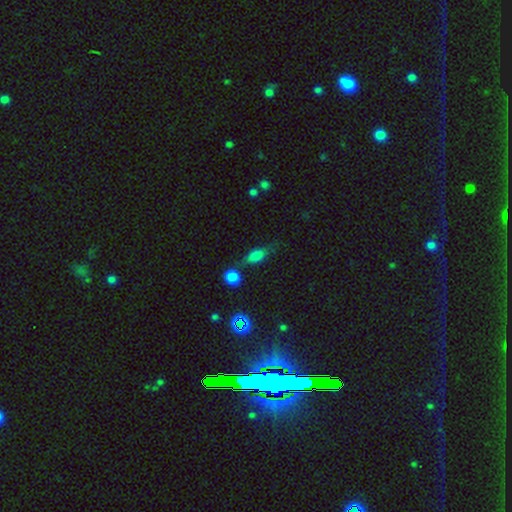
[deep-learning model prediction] A smooth galaxy with no disk features (68%) that is in between round and cigar-shaped (73%). Merging: none (58%).